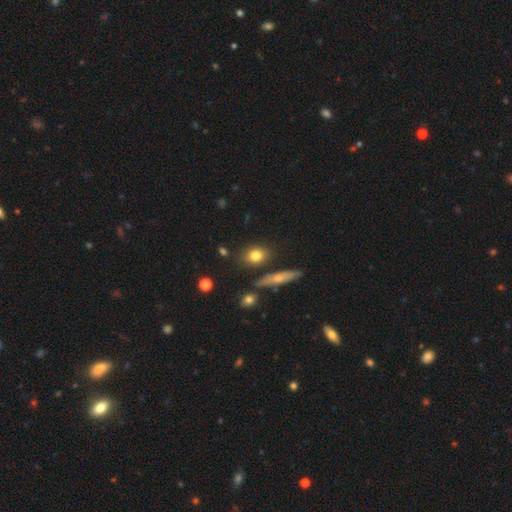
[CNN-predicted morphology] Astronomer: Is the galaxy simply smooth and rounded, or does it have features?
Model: smooth — 79%.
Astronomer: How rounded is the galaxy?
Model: in between — 53% (runner-up: round, 41%).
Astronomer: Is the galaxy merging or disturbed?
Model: none — 78%.